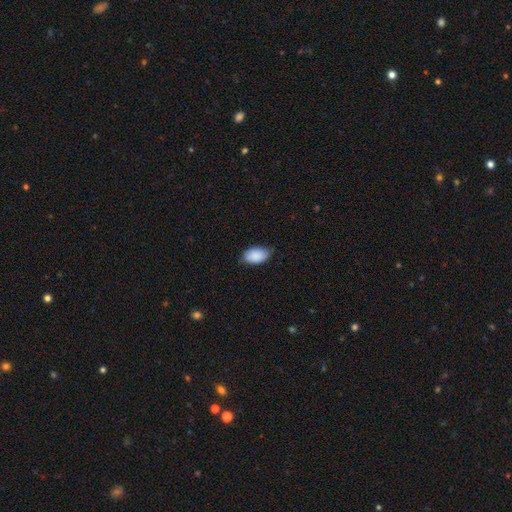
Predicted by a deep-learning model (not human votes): A smooth galaxy with no disk features (89%) that is in between round and cigar-shaped (92%).

Vote fractions:
- Smooth or featured? smooth: 89% / star or artifact: 6% / featured or disk: 5%
- How rounded? in between: 92% / round: 7% / cigar-shaped: 1%
- Merging? none: 70% / minor disturbance: 25% / major disturbance: 3% / merger: 1%